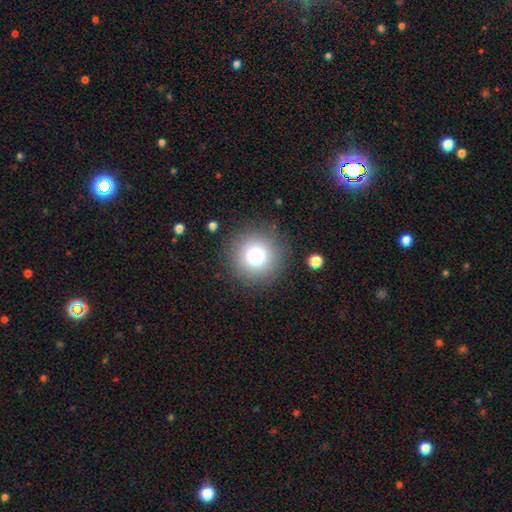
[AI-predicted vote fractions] This appears to be a smooth galaxy with no disk features (78%) that is round (96%). Merging: none (88%).